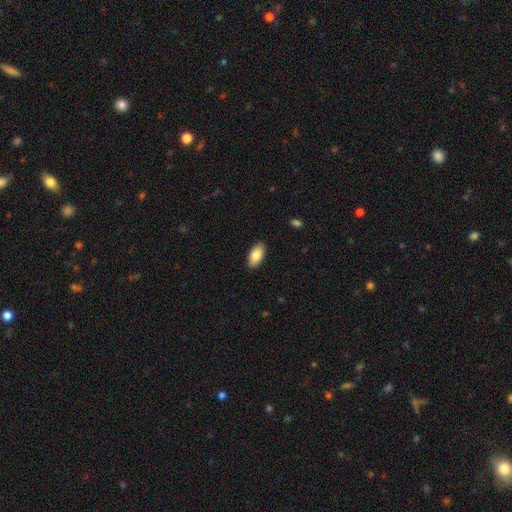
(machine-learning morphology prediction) Overall: smooth (86%). How rounded: in between (94%). Merging: none (89%).